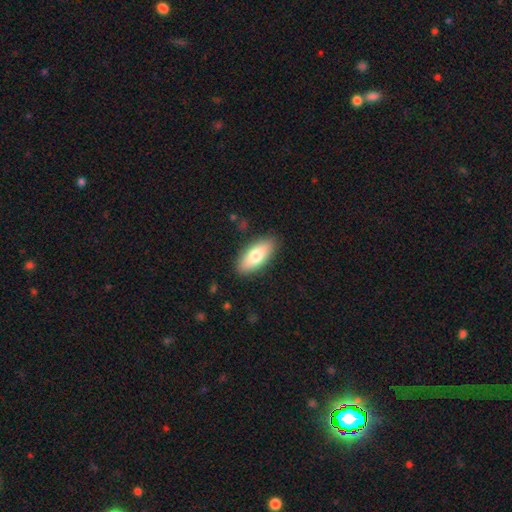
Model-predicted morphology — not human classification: smooth-or-featured: smooth: 76% | featured or disk: 18% | star or artifact: 6%
  how-rounded: in between: 82% | cigar-shaped: 15% | round: 2%
  merging: none: 87% | minor disturbance: 10% | major disturbance: 2% | merger: 1%